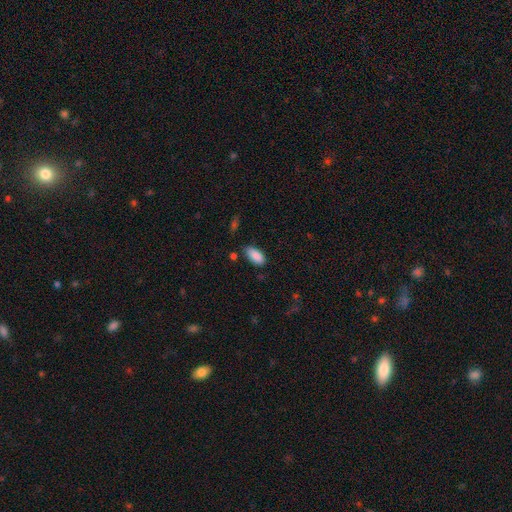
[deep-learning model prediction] Smooth or featured? smooth (89%)
How rounded? in between (93%)
Merging? none (78%)